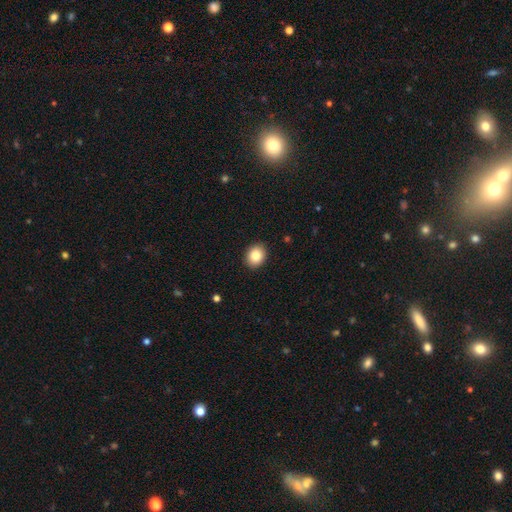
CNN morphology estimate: Smooth or featured?
  - smooth: 85% *
  - star or artifact: 9%
  - featured or disk: 7%
How rounded?
  - round: 55% *
  - in between: 44%
  - cigar-shaped: 1%
Merging?
  - none: 91% *
  - minor disturbance: 6%
  - major disturbance: 2%
  - merger: 1%